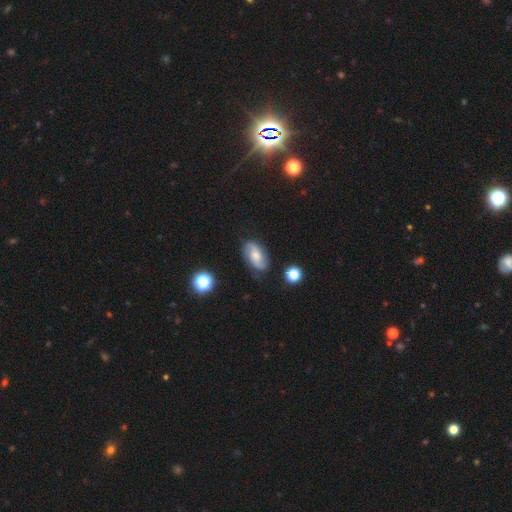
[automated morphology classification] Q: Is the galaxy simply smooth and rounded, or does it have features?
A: featured or disk — 67%.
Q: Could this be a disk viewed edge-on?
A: no — 96%.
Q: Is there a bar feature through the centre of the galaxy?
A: no — 53%.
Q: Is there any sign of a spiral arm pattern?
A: yes — 94%.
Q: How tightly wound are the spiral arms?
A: medium — 44%.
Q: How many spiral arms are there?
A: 2 — 89%.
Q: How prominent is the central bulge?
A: moderate — 48%.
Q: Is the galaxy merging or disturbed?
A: none — 80%.